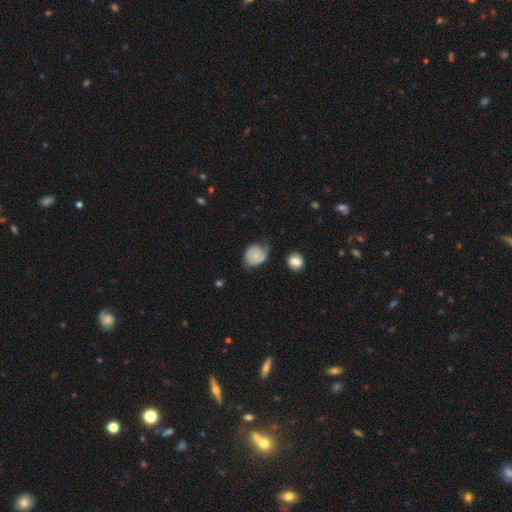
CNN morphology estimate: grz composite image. It shows a featured or disk galaxy (48%). Merging: none (44%).